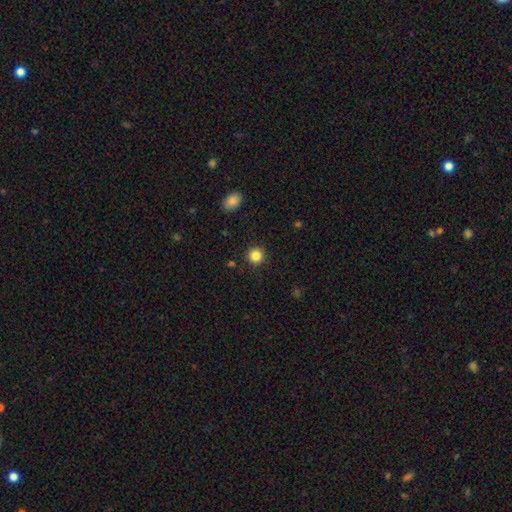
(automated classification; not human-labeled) Smooth or featured: smooth — 85% (star or artifact — 11%)
How rounded: round — 94% (in between — 5%)
Merging: none — 91% (minor disturbance — 6%)